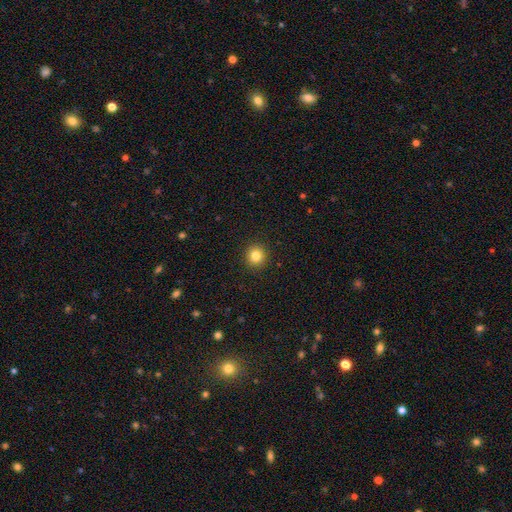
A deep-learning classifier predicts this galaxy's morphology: A smooth galaxy with no disk features (83%) that is round (91%).

Vote fractions:
- Smooth or featured? smooth: 83% / star or artifact: 11% / featured or disk: 5%
- How rounded? round: 91% / in between: 8% / cigar-shaped: 1%
- Merging? none: 92% / minor disturbance: 5% / major disturbance: 2% / merger: 1%